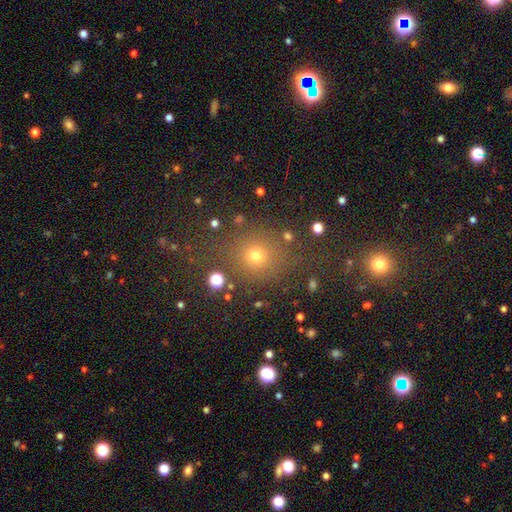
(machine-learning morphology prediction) smooth_or_featured: smooth (p=0.67) [alt: star or artifact p=0.25]
how_rounded: round (p=0.86) [alt: in between p=0.12]
merging: none (p=0.80) [alt: minor disturbance p=0.09]